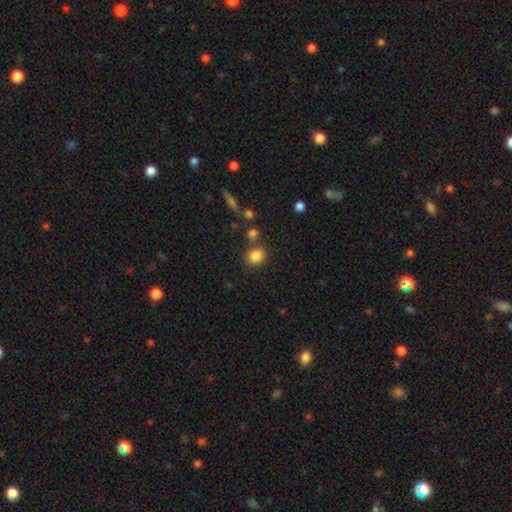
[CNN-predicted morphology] Smooth or featured?
  - smooth: 85% *
  - star or artifact: 10%
  - featured or disk: 5%
How rounded?
  - round: 69% *
  - in between: 29%
  - cigar-shaped: 1%
Merging?
  - none: 74% *
  - minor disturbance: 11%
  - merger: 11%
  - major disturbance: 4%